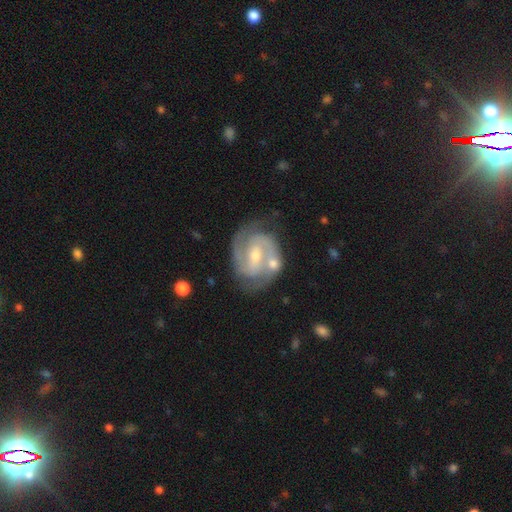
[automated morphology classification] This appears to be a featured or disk galaxy (89%) with a weak bar (47%), 2 (86%) medium (46%) spiral arms (97%) and a moderate central bulge (52%). Merging: none (66%).